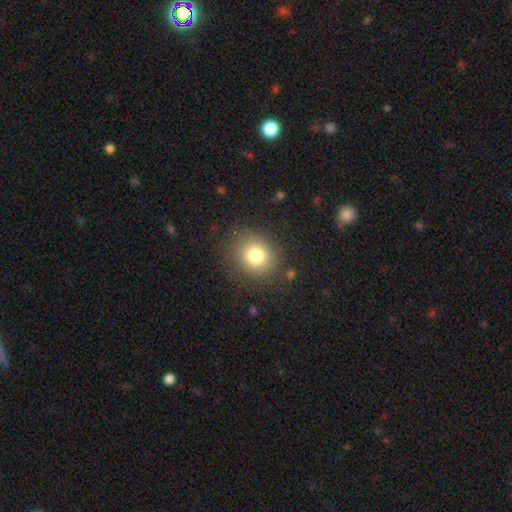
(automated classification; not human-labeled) Smooth or featured?
  - smooth: 79% *
  - star or artifact: 12%
  - featured or disk: 10%
How rounded?
  - round: 71% *
  - in between: 28%
  - cigar-shaped: 1%
Merging?
  - none: 82% *
  - minor disturbance: 11%
  - major disturbance: 5%
  - merger: 2%